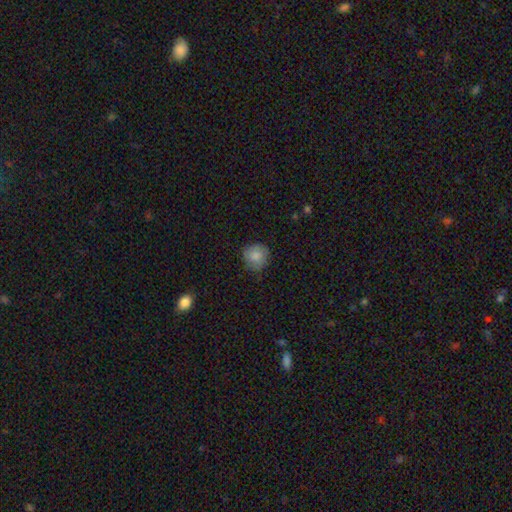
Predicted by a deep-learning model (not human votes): Smooth or featured? smooth (82%)
How rounded? round (90%)
Merging? none (78%)